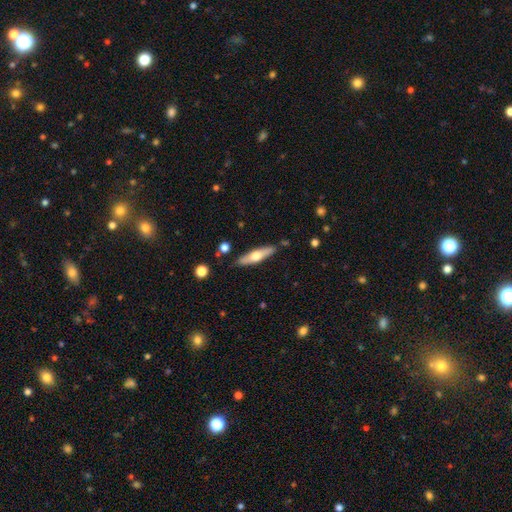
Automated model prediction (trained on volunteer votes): This appears to be a smooth galaxy with no disk features (48%). Merging: none (83%).